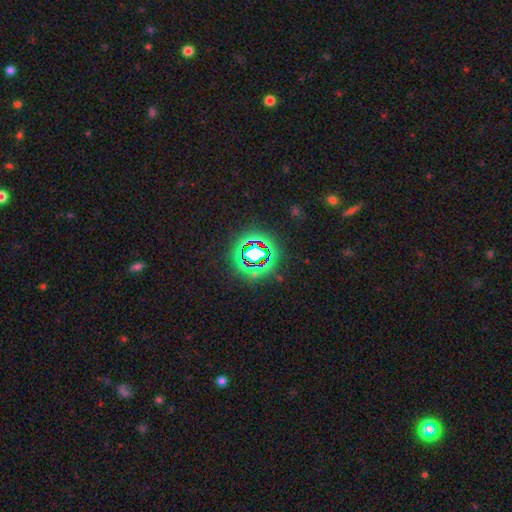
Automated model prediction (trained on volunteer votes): A star or artifact, not a galaxy (75%).